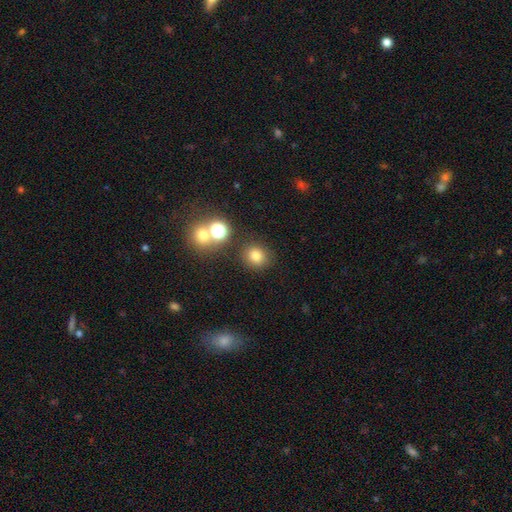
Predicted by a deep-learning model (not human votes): Overall: smooth (77%). How rounded: round (84%). Merging: none (82%).